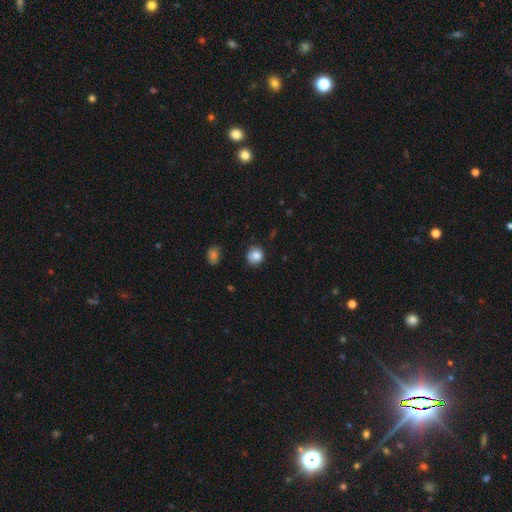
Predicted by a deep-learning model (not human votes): Smooth or featured: smooth — 85% (star or artifact — 9%)
How rounded: round — 87% (in between — 12%)
Merging: none — 82% (minor disturbance — 14%)